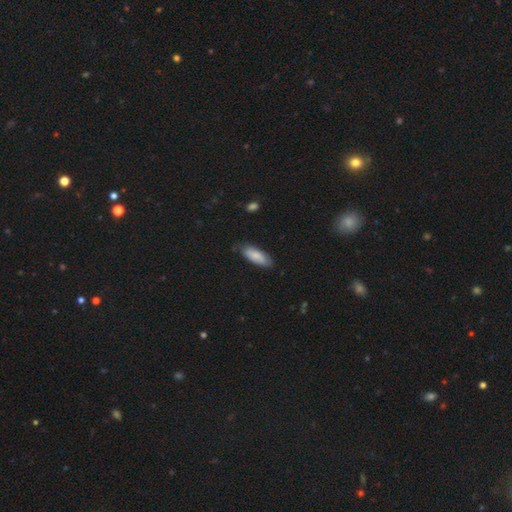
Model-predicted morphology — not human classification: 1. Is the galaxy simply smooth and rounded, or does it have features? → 80% smooth, 14% featured or disk, 6% star or artifact.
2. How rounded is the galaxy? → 72% in between, 27% cigar-shaped, 2% round.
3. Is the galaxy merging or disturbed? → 76% none, 19% minor disturbance, 3% major disturbance, 2% merger.